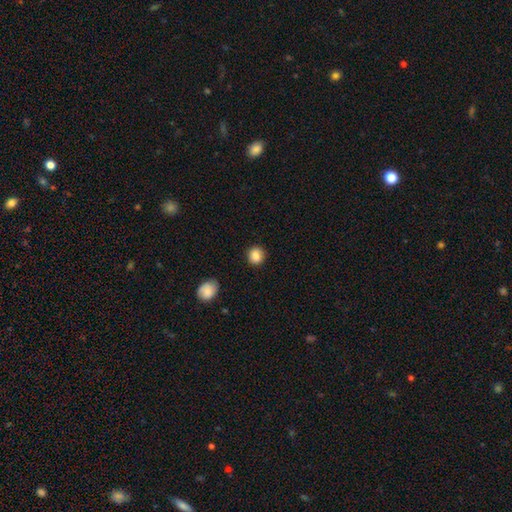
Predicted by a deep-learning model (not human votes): A smooth galaxy with no disk features (87%) that is round (83%).

Vote fractions:
- Smooth or featured? smooth: 87% / star or artifact: 9% / featured or disk: 4%
- How rounded? round: 83% / in between: 16% / cigar-shaped: 1%
- Merging? none: 88% / minor disturbance: 8% / major disturbance: 2% / merger: 1%